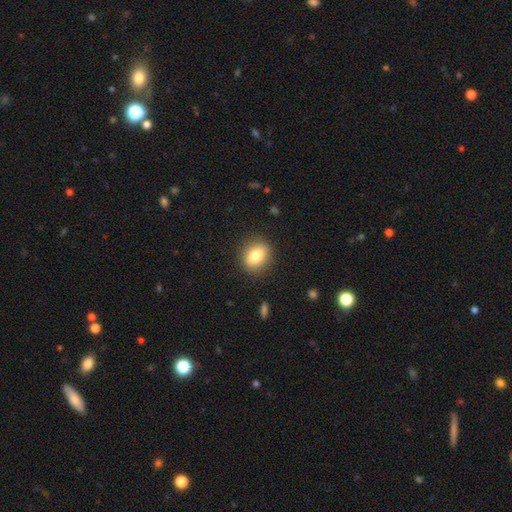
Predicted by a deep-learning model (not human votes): smooth_or_featured: smooth (p=0.77) [alt: featured or disk p=0.14]
how_rounded: round (p=0.56) [alt: in between p=0.42]
merging: none (p=0.87) [alt: minor disturbance p=0.10]